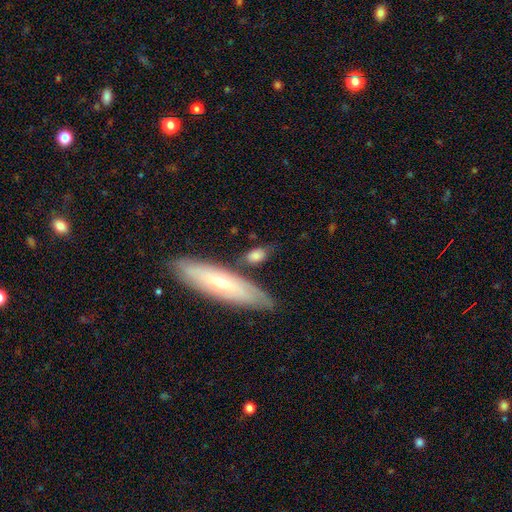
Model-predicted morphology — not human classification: smooth 72%, featured or disk 22%, star or artifact 7%. Down the decision tree: how rounded — in between (67%); merging — none (63%).